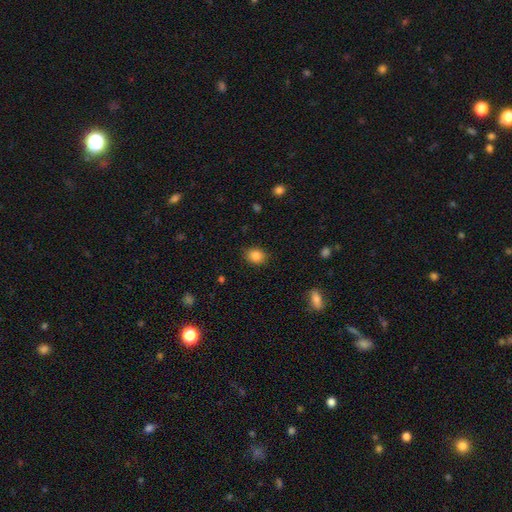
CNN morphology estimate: smooth 86%, star or artifact 10%, featured or disk 5%. Down the decision tree: how rounded — round (50%); merging — none (86%).